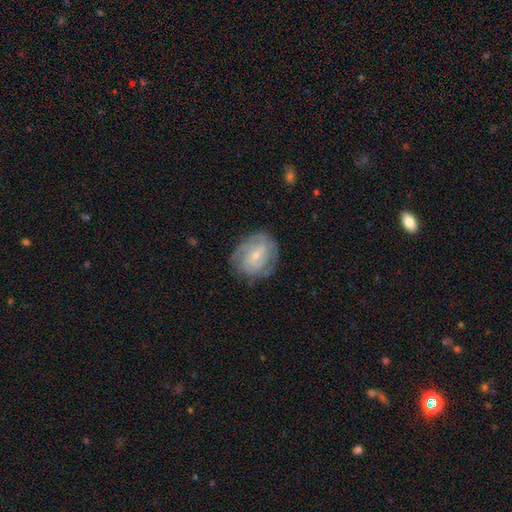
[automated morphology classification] Q: Smooth or featured?
A: featured or disk (78%); runner-up: smooth (15%)
Q: Edge-on disk?
A: no (97%); runner-up: yes (3%)
Q: Bar?
A: no (51%); runner-up: weak (41%)
Q: Spiral arms?
A: yes (92%); runner-up: no (8%)
Q: Spiral winding?
A: tight (58%); runner-up: medium (33%)
Q: Spiral arm count?
A: can't tell (32%); runner-up: 2 (26%)
Q: Bulge size?
A: small (72%); runner-up: moderate (24%)
Q: Merging?
A: none (76%); runner-up: minor disturbance (17%)